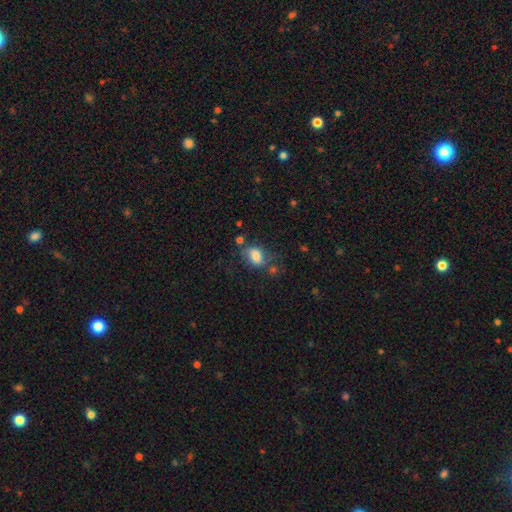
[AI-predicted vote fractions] Smooth or featured? smooth (73%)
How rounded? in between (80%)
Merging? none (48%)